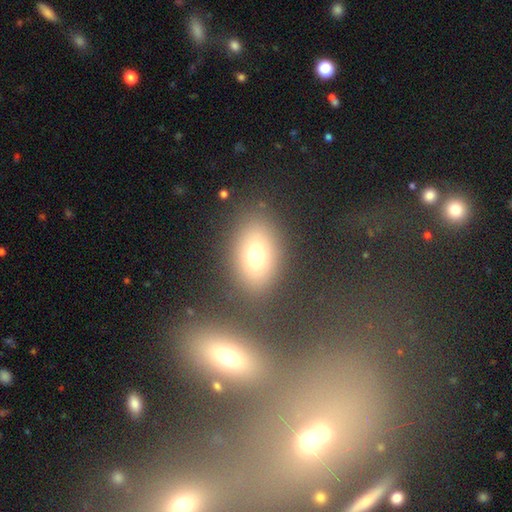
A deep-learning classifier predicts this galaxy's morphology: type=smooth (70%); roundness=in between (74%); merging=none (80%).